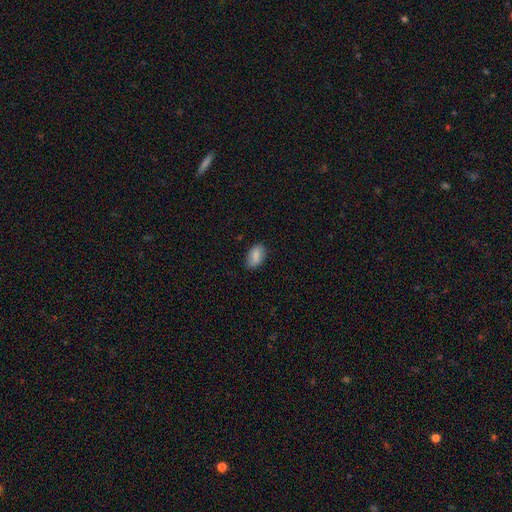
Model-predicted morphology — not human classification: This is clearly a smooth galaxy (82%). How rounded: clearly in between (92%). Merging: likely none (75%).